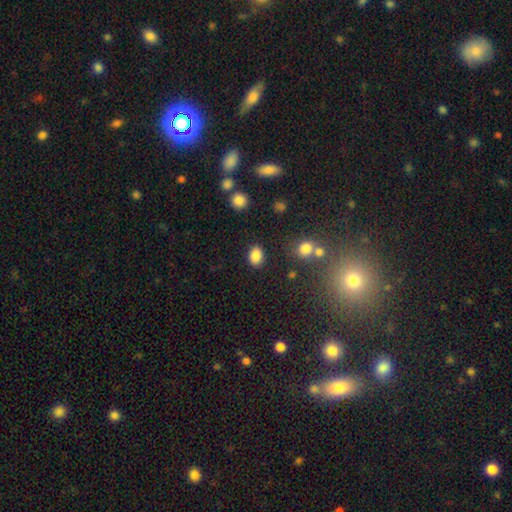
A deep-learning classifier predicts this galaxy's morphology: This appears to be a smooth galaxy with no disk features (86%) that is in between round and cigar-shaped (69%). Merging: none (84%).